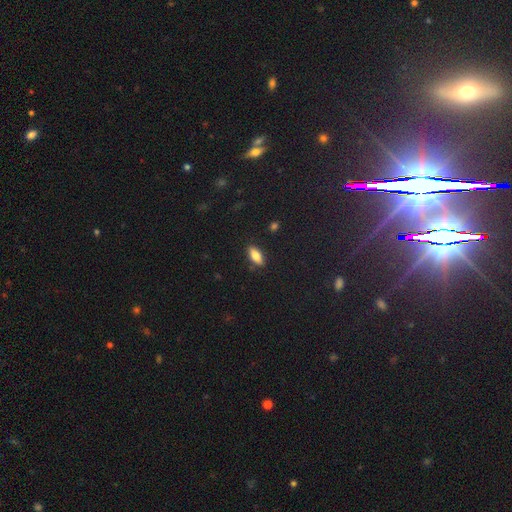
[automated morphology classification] Q: Smooth or featured?
A: smooth (77%); runner-up: featured or disk (15%)
Q: How rounded?
A: in between (79%); runner-up: cigar-shaped (18%)
Q: Merging?
A: none (86%); runner-up: minor disturbance (10%)